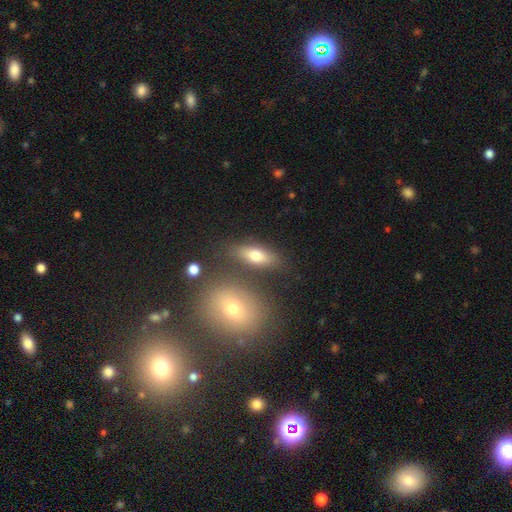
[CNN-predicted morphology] smooth-or-featured: smooth: 70% | featured or disk: 20% | star or artifact: 9%
  how-rounded: in between: 72% | cigar-shaped: 21% | round: 7%
  merging: none: 75% | minor disturbance: 12% | merger: 9% | major disturbance: 4%